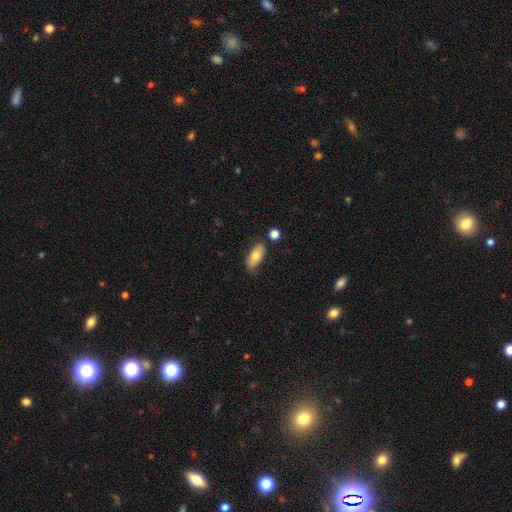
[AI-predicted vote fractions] Q: Smooth or featured?
A: smooth (74%); runner-up: featured or disk (19%)
Q: How rounded?
A: in between (83%); runner-up: cigar-shaped (14%)
Q: Merging?
A: none (77%); runner-up: minor disturbance (15%)